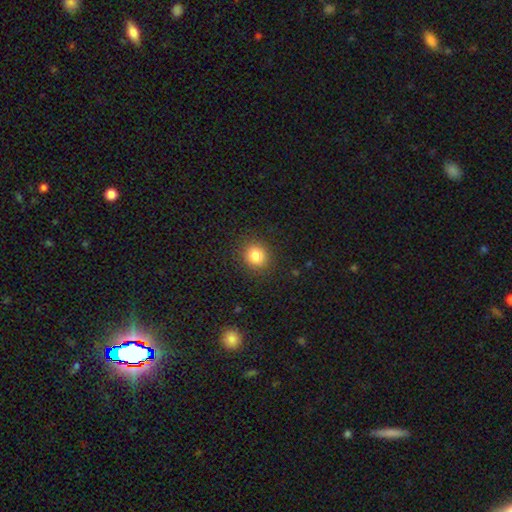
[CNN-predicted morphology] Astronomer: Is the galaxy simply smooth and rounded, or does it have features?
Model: smooth — 82%.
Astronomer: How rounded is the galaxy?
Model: round — 85%.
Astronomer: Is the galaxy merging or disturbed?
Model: none — 90%.